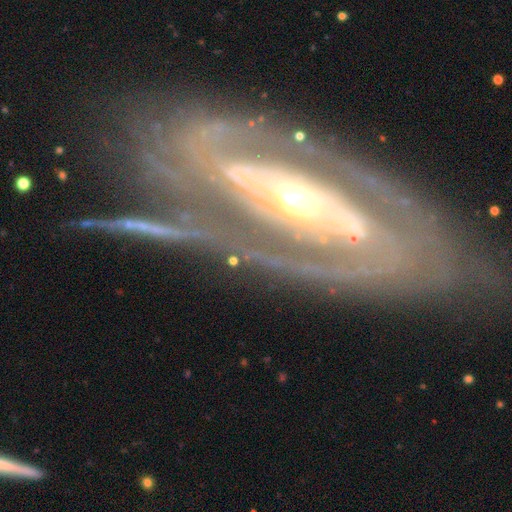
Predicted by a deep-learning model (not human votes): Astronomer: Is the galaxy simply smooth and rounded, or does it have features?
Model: featured or disk — 88%.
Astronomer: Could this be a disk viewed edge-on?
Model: no — 91%.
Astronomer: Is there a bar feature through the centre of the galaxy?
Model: no — 45% (runner-up: weak, 28%).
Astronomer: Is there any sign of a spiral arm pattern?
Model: yes — 90%.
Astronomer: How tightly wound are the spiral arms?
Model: tight — 59%.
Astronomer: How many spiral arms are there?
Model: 2 — 59%.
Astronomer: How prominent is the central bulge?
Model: moderate — 57% (runner-up: small, 33%).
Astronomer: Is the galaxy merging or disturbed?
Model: none — 67%.